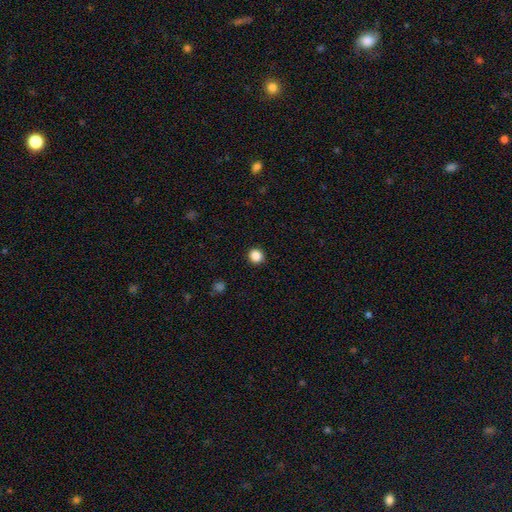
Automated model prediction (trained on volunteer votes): A smooth galaxy with no disk features (86%) that is round (88%). Merging: none (92%).